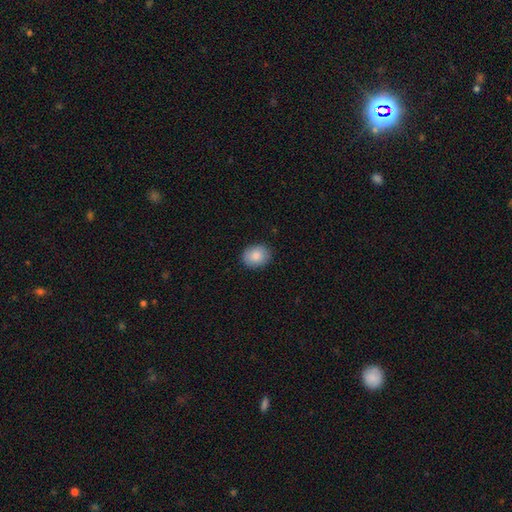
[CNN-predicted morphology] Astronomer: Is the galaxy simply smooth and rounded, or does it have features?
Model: smooth — 87%.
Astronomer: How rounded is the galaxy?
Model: in between — 50% (runner-up: round, 49%).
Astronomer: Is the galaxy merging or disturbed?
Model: none — 88%.